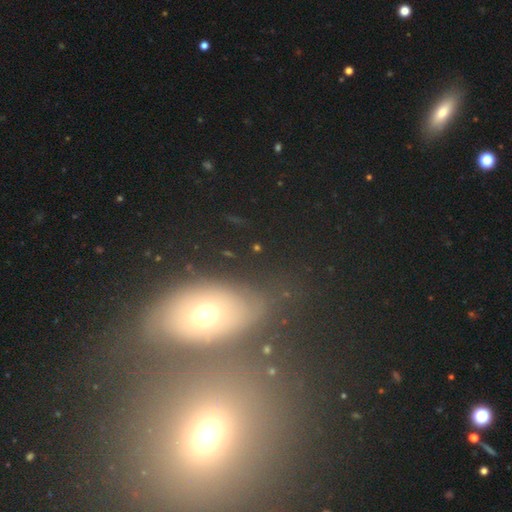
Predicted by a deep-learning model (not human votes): smooth 44%, featured or disk 33%, star or artifact 23%. Down the decision tree: merging — none (57%).